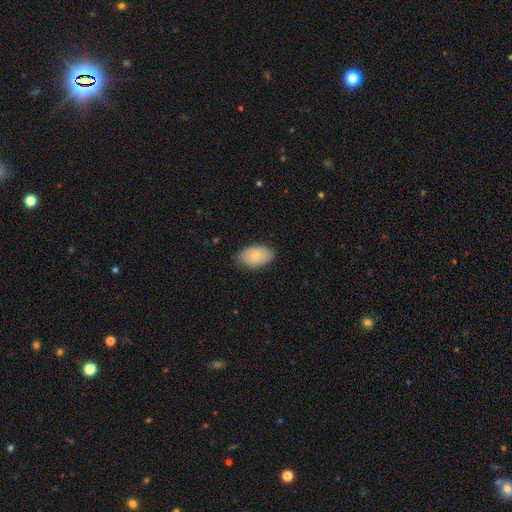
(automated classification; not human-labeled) Q: Smooth or featured?
A: smooth (79%); runner-up: featured or disk (14%)
Q: How rounded?
A: in between (92%); runner-up: round (7%)
Q: Merging?
A: none (80%); runner-up: minor disturbance (16%)